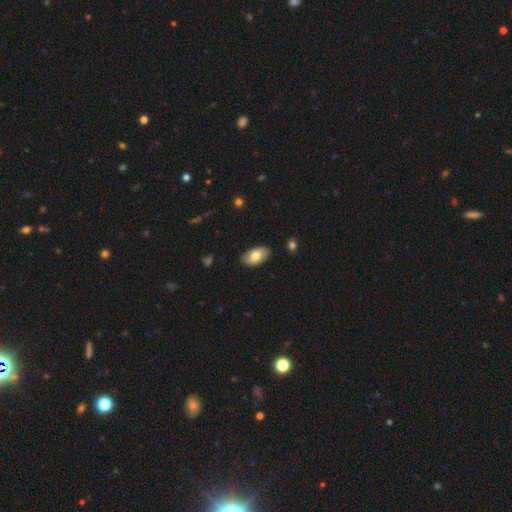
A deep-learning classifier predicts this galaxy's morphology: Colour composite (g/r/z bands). It shows a smooth galaxy with no disk features (76%) that is in between round and cigar-shaped (95%). Merging: none (87%).